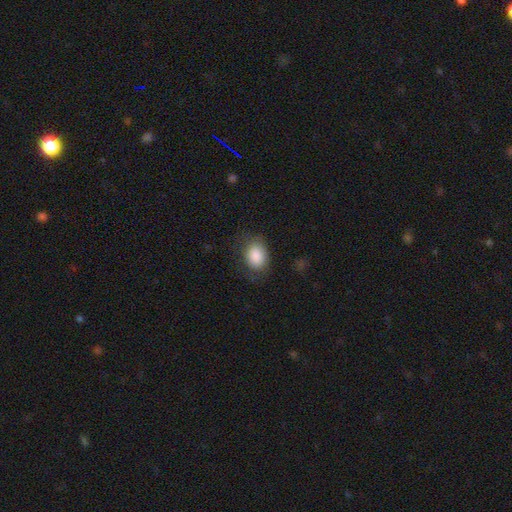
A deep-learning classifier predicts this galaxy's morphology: Overall: smooth (86%). How rounded: in between (70%). Merging: none (69%).